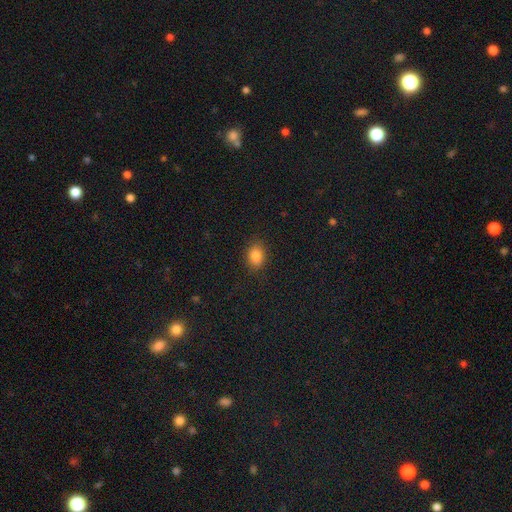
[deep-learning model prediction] smooth_or_featured: smooth (p=0.84) [alt: star or artifact p=0.11]
how_rounded: in between (p=0.61) [alt: round p=0.37]
merging: none (p=0.85) [alt: minor disturbance p=0.11]